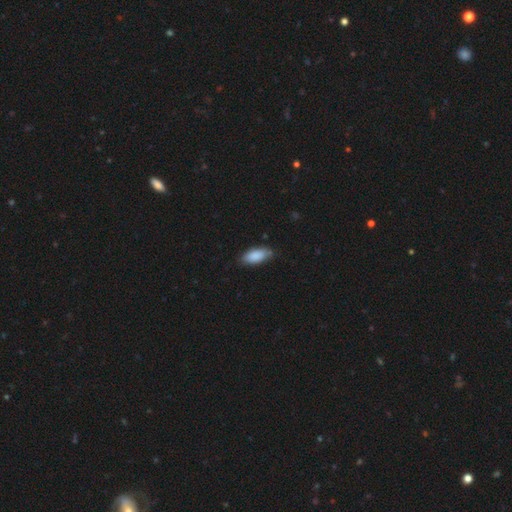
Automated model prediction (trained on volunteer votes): smooth-or-featured: smooth: 88% | featured or disk: 6% | star or artifact: 6%
  how-rounded: in between: 88% | cigar-shaped: 10% | round: 2%
  merging: none: 79% | minor disturbance: 17% | major disturbance: 3% | merger: 1%